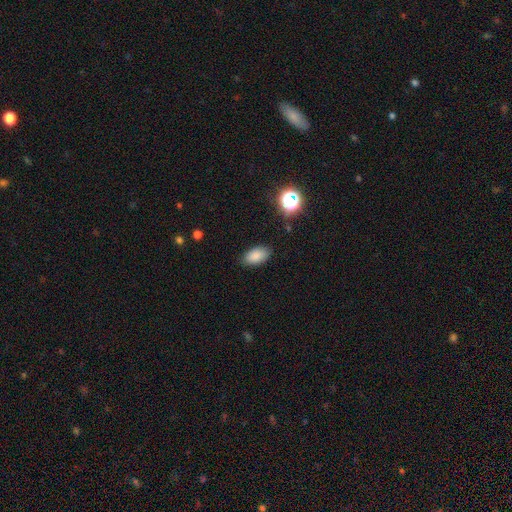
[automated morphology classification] type=smooth (85%); roundness=in between (92%); merging=none (84%).